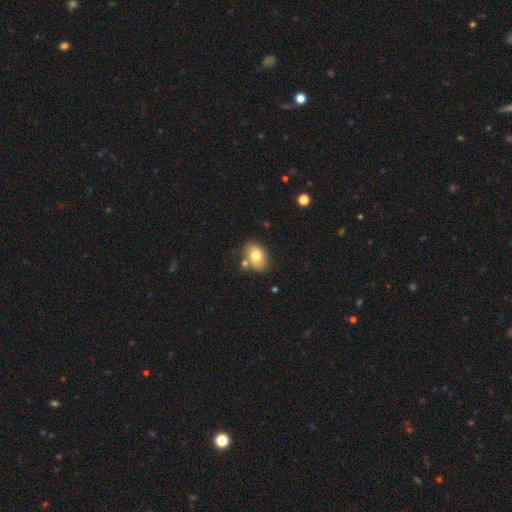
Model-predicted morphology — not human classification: smooth_or_featured: smooth (p=0.76) [alt: featured or disk p=0.16]
how_rounded: in between (p=0.77) [alt: round p=0.22]
merging: none (p=0.65) [alt: minor disturbance p=0.16]